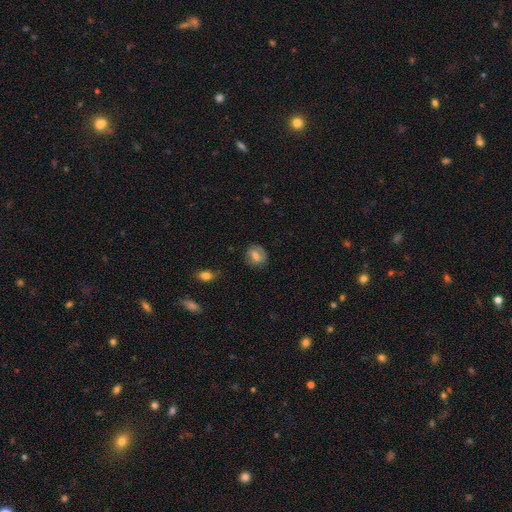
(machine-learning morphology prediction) smooth 60%, featured or disk 31%, star or artifact 9%. Down the decision tree: how rounded — round (64%); merging — none (75%).